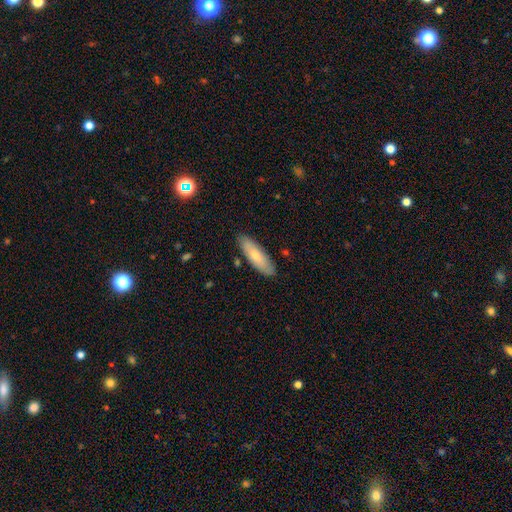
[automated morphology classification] type=smooth (69%); roundness=in between (51%); merging=none (85%).